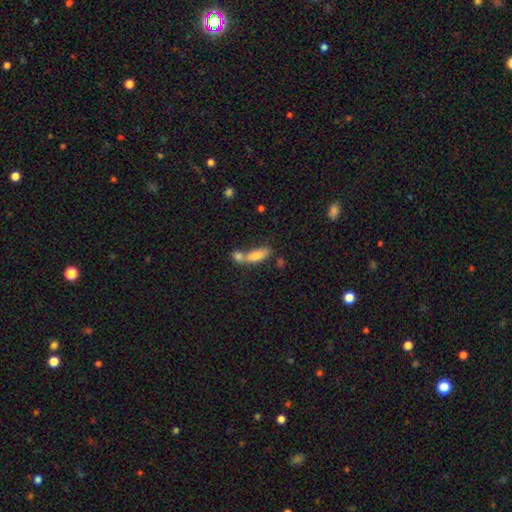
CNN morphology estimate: smooth_or_featured: smooth (p=0.75) [alt: featured or disk p=0.17]
how_rounded: in between (p=0.66) [alt: cigar-shaped p=0.30]
merging: merger (p=0.57) [alt: none p=0.28]